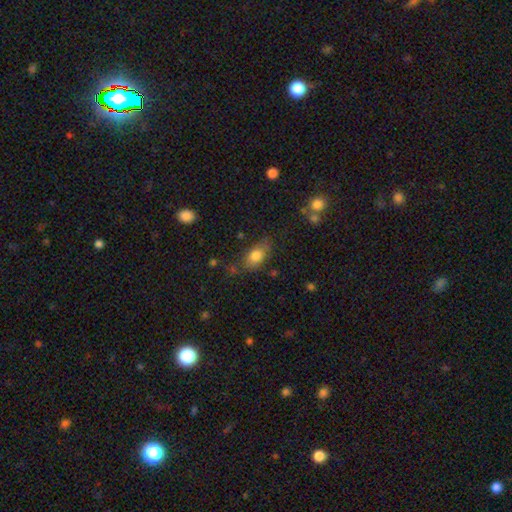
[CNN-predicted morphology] smooth-or-featured: smooth: 79% | featured or disk: 12% | star or artifact: 8%
  how-rounded: in between: 83% | round: 12% | cigar-shaped: 5%
  merging: none: 69% | minor disturbance: 21% | major disturbance: 7% | merger: 4%